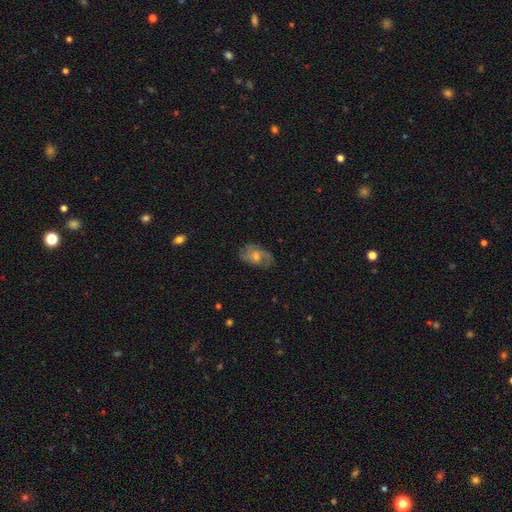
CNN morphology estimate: Overall: featured or disk (64%; smooth 26%). Edge-on disk: no (95%). Bar: no (64%; weak 31%). Spiral arms: yes (86%). Spiral arm count: 2 (49%; can't tell 25%). Spiral winding: medium (45%; loose 27%). Bulge size: moderate (55%; small 32%). Merging: none (70%).